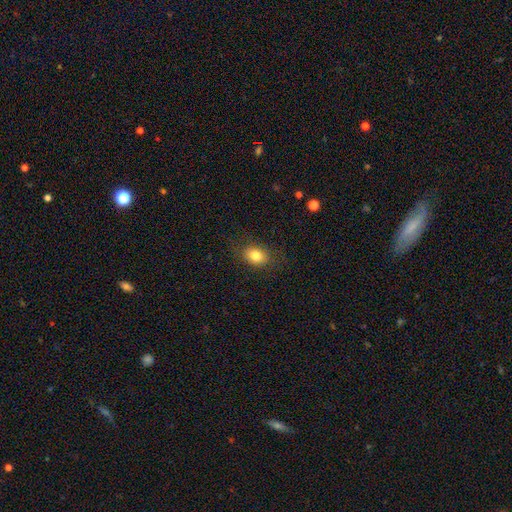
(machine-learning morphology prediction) Q: Smooth or featured?
A: smooth (81%); runner-up: star or artifact (10%)
Q: How rounded?
A: in between (68%); runner-up: round (30%)
Q: Merging?
A: none (83%); runner-up: minor disturbance (12%)